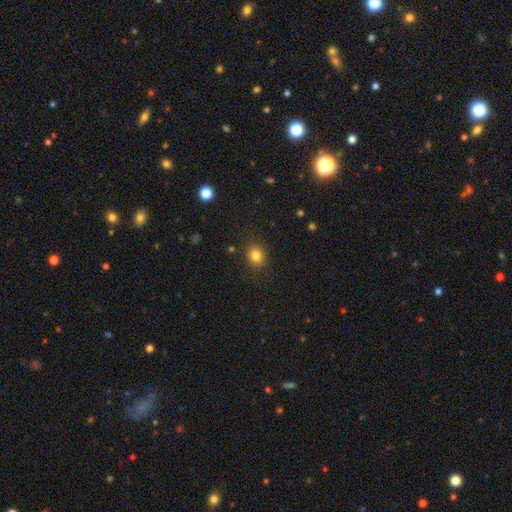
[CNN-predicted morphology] Smooth or featured? Predicted: smooth (p=0.82). How rounded? Predicted: round (p=0.56). Merging? Predicted: none (p=0.85).